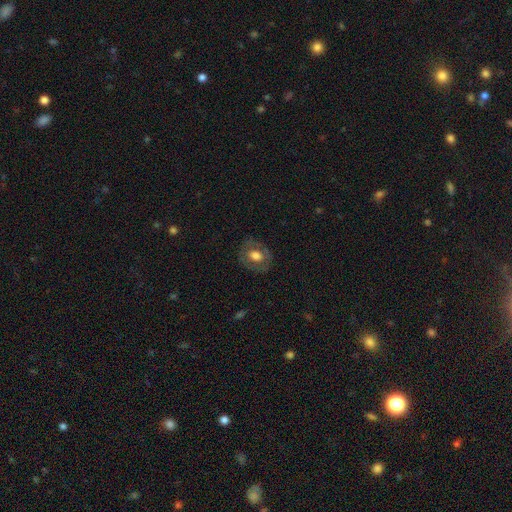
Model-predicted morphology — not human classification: Overall: smooth (54%; featured or disk 38%). How rounded: in between (51%; round 48%). Merging: none (80%).